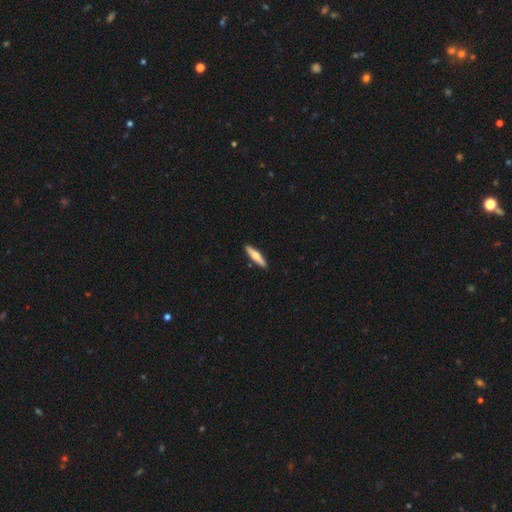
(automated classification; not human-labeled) A smooth galaxy with no disk features (57%) that is cigar-shaped (83%). Merging: none (90%).